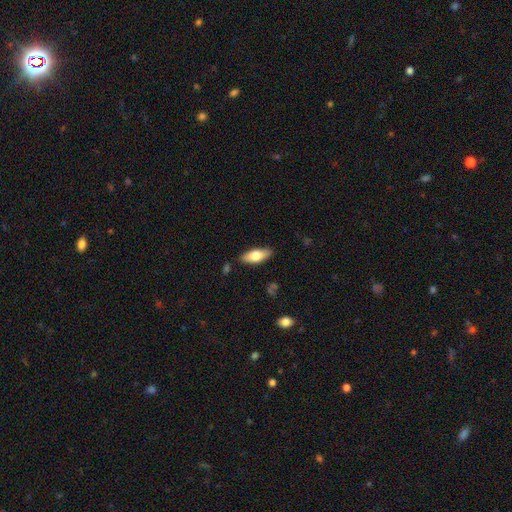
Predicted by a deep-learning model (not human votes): Overall: smooth (70%). How rounded: in between (77%). Merging: none (86%).